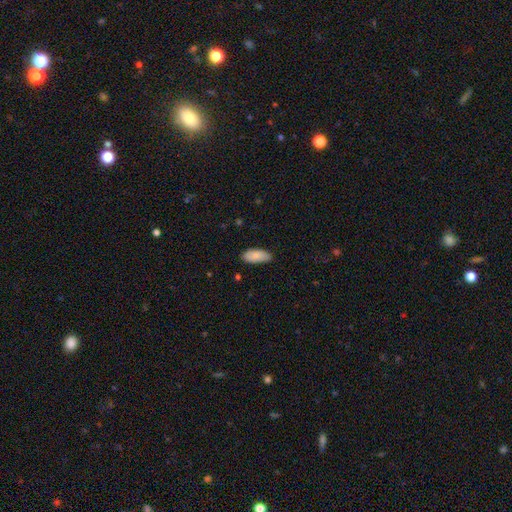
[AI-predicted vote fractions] Smooth or featured? Predicted: smooth (p=0.85). How rounded? Predicted: in between (p=0.89). Merging? Predicted: none (p=0.81).